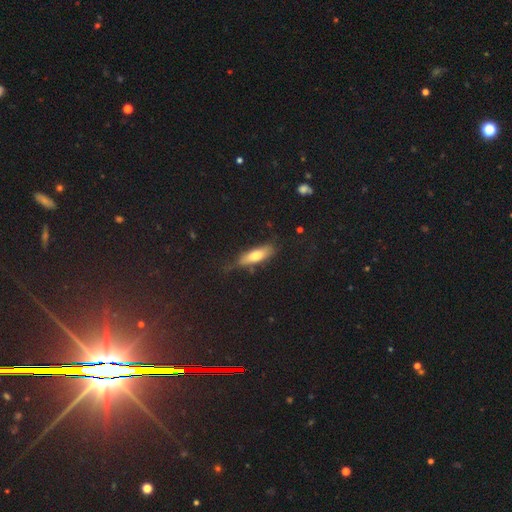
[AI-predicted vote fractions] smooth-or-featured: smooth: 66% | featured or disk: 26% | star or artifact: 7%
  how-rounded: in between: 51% | cigar-shaped: 47% | round: 3%
  merging: none: 68% | minor disturbance: 23% | major disturbance: 7% | merger: 2%